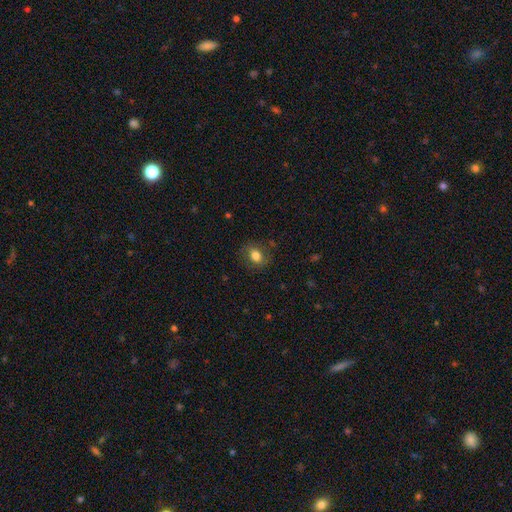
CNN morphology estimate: type=smooth (80%); roundness=in between (57%); merging=none (80%).